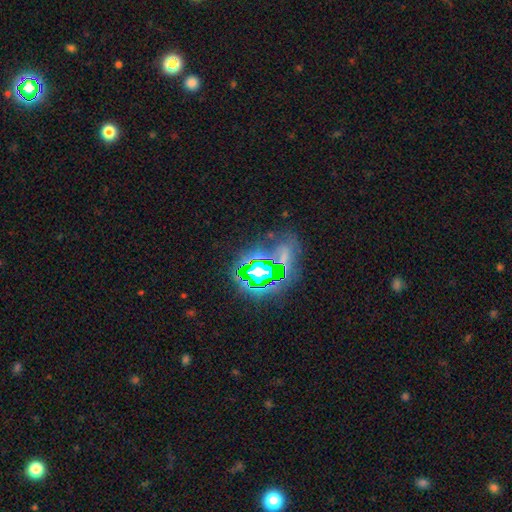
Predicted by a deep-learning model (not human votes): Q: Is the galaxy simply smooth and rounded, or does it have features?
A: star or artifact — 69%.